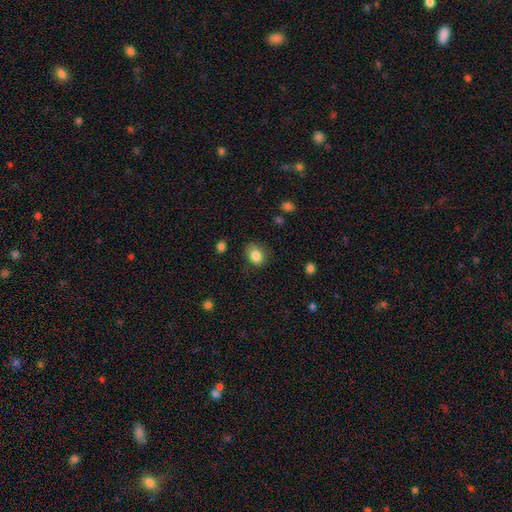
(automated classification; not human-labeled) smooth 84%, star or artifact 9%, featured or disk 7%. Down the decision tree: how rounded — in between (62%); merging — none (73%).